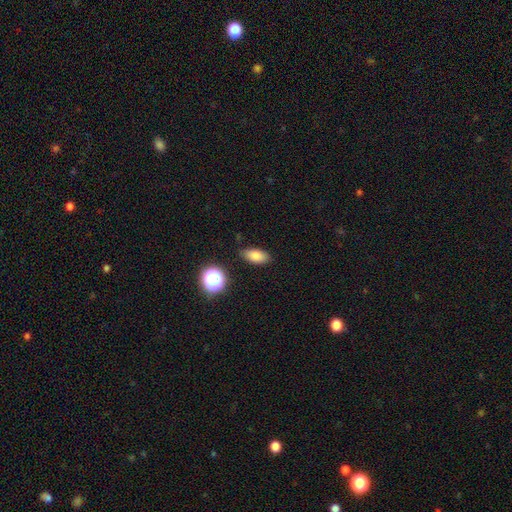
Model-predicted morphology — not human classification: Smooth or featured: smooth — 81% (star or artifact — 11%)
How rounded: in between — 87% (round — 7%)
Merging: none — 82% (minor disturbance — 13%)